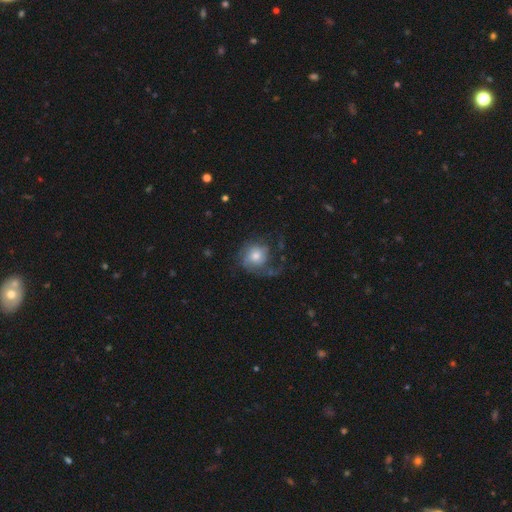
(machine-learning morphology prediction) This appears to be a featured or disk galaxy (52%) with no bar (79%), spiral arms (81%) and a moderate central bulge (60%). Merging: none (46%).